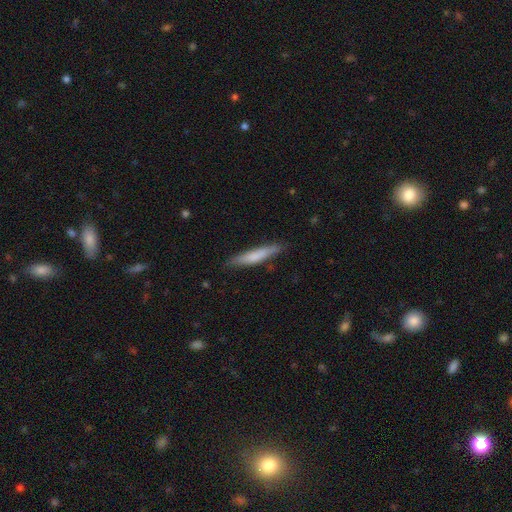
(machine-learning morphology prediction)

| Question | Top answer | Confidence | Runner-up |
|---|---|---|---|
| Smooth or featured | smooth | 70% | featured or disk (24%) |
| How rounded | cigar-shaped | 91% | in between (8%) |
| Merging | none | 82% | minor disturbance (14%) |